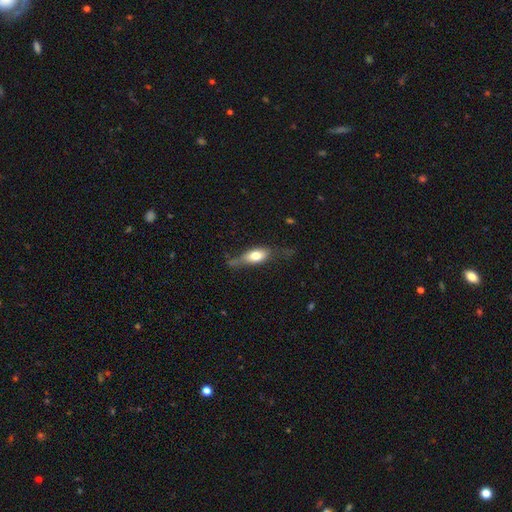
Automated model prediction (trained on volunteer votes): A smooth galaxy with no disk features (61%) that is in between round and cigar-shaped (71%). Merging: none (45%).